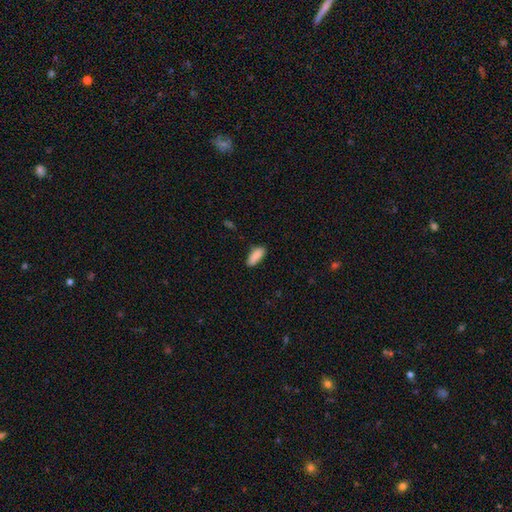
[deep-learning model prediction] Smooth or featured? Predicted: smooth (p=0.88). How rounded? Predicted: in between (p=0.72). Merging? Predicted: none (p=0.79).